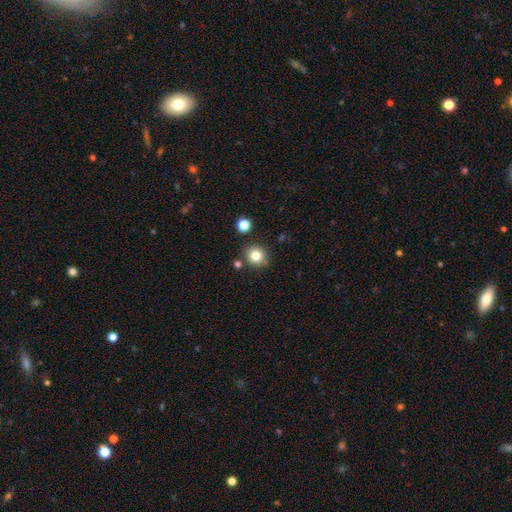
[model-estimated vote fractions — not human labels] A smooth galaxy with no disk features (81%) that is round (87%). Merging: none (84%).